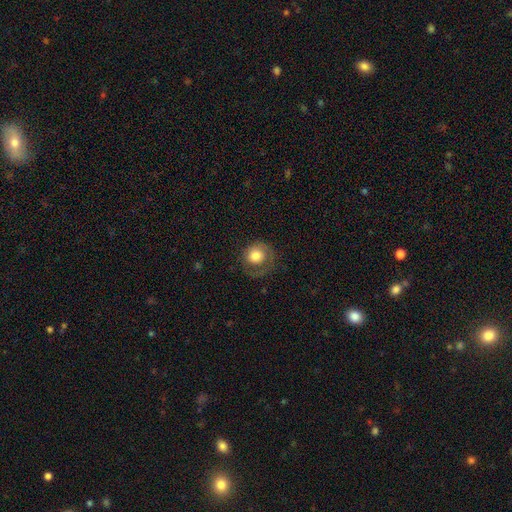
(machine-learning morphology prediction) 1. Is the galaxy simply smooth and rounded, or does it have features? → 64% smooth, 28% featured or disk, 8% star or artifact.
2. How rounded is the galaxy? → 83% round, 16% in between, 1% cigar-shaped.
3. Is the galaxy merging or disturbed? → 55% none, 23% major disturbance, 21% minor disturbance, 1% merger.